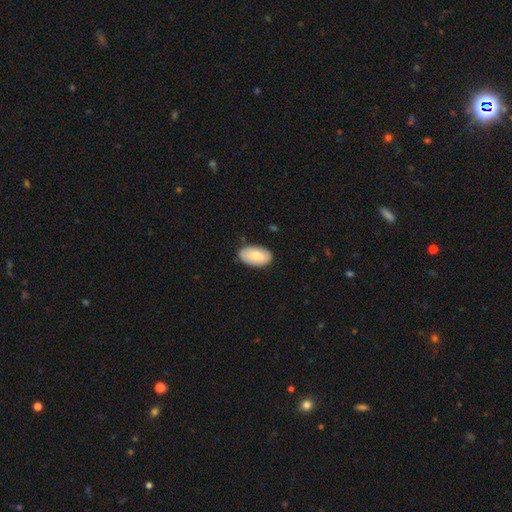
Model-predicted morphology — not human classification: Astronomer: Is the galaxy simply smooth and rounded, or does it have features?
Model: smooth — 79%.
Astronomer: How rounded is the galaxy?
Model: in between — 95%.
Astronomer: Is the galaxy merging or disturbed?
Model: none — 84%.